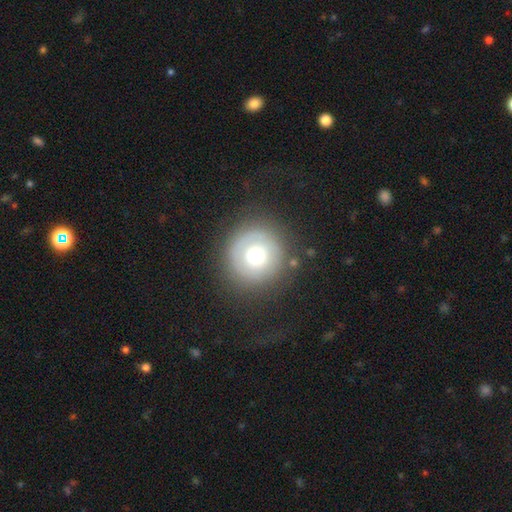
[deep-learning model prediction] Smooth or featured? Predicted: smooth (p=0.55). How rounded? Predicted: round (p=0.95). Merging? Predicted: none (p=0.79).